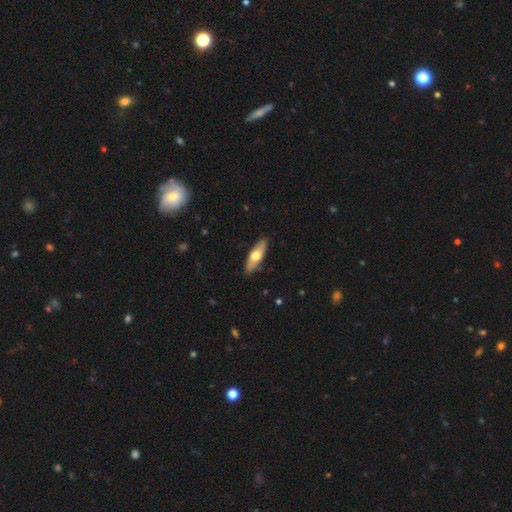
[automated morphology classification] type=smooth (56%); roundness=cigar-shaped (55%); merging=none (87%).